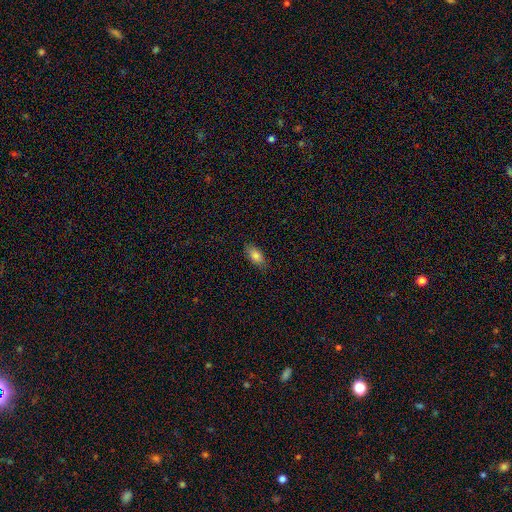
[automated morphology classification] This appears to be a smooth galaxy with no disk features (83%) that is in between round and cigar-shaped (90%). Merging: none (83%).